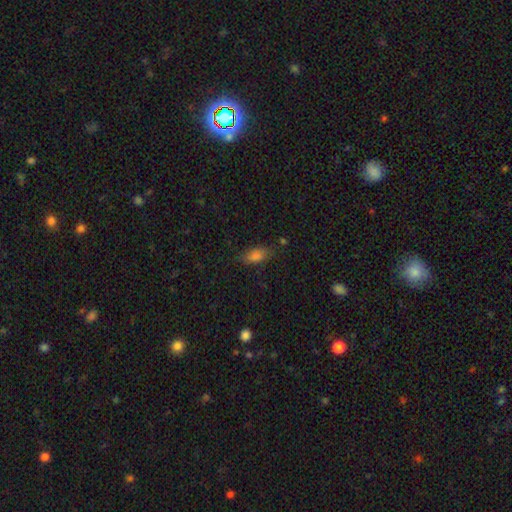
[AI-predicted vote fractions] A smooth galaxy with no disk features (78%) that is in between round and cigar-shaped (83%). Merging: none (75%).